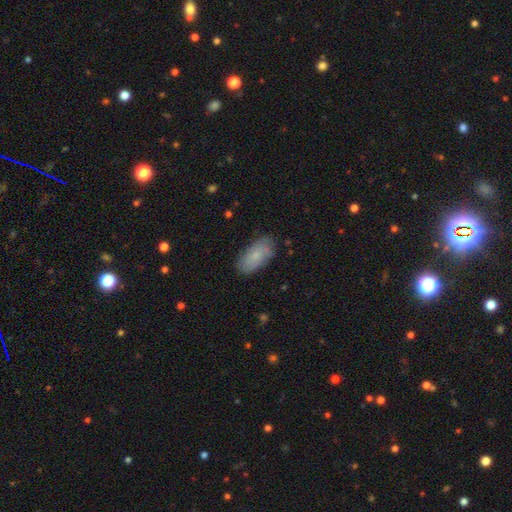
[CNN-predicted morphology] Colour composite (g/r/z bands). It shows a smooth galaxy with no disk features (72%) that is in between round and cigar-shaped (92%). Merging: none (80%).